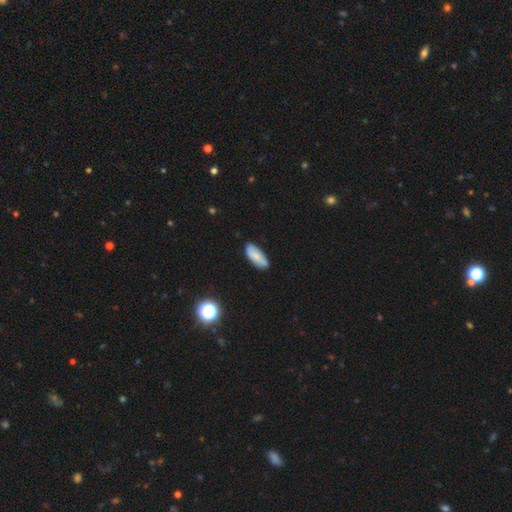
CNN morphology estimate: Smooth or featured? Predicted: smooth (p=0.77). How rounded? Predicted: in between (p=0.80). Merging? Predicted: none (p=0.79).